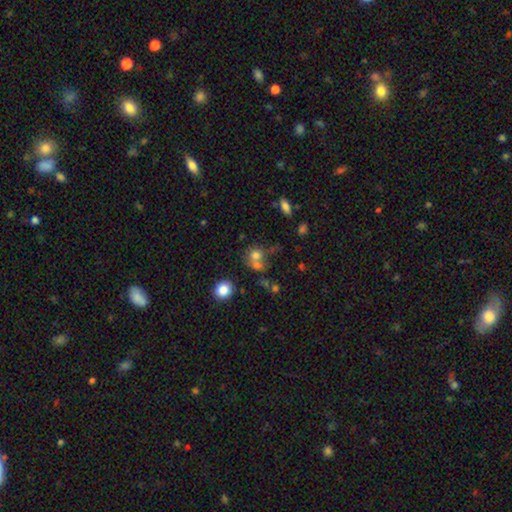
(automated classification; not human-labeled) Smooth or featured: smooth — 71% (featured or disk — 15%)
How rounded: round — 77% (in between — 22%)
Merging: merger — 44% (none — 40%)